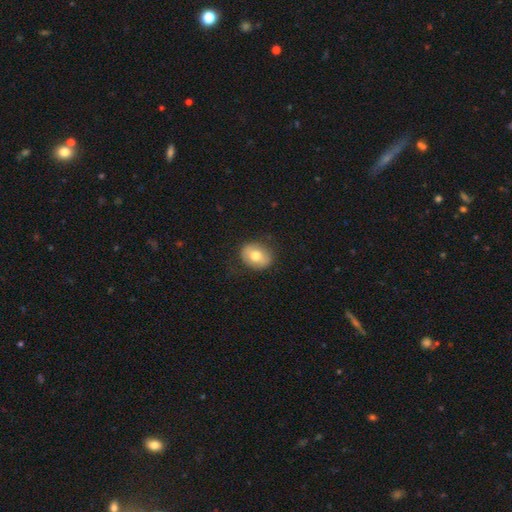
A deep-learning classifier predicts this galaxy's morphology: A smooth galaxy with no disk features (69%) that is round (57%). Merging: none (83%).